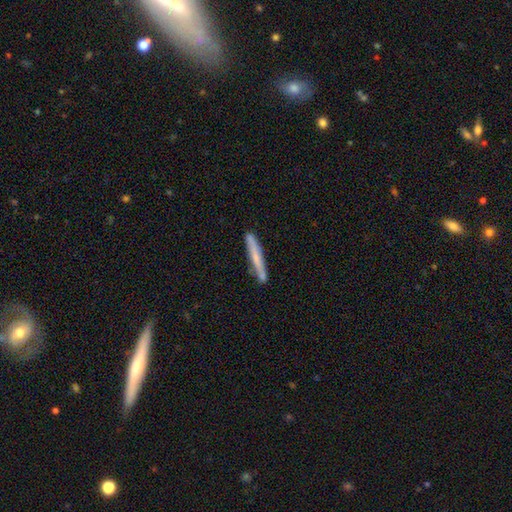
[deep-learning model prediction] A smooth galaxy with no disk features (58%) that is cigar-shaped (95%). Merging: none (79%).